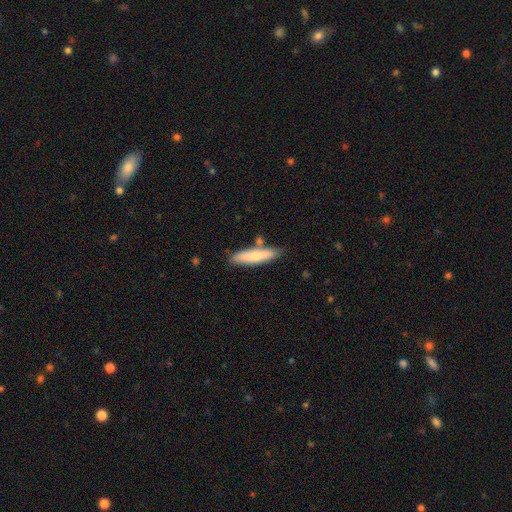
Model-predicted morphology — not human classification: Smooth or featured: smooth — 69% (featured or disk — 25%)
How rounded: cigar-shaped — 76% (in between — 23%)
Merging: none — 74% (minor disturbance — 14%)